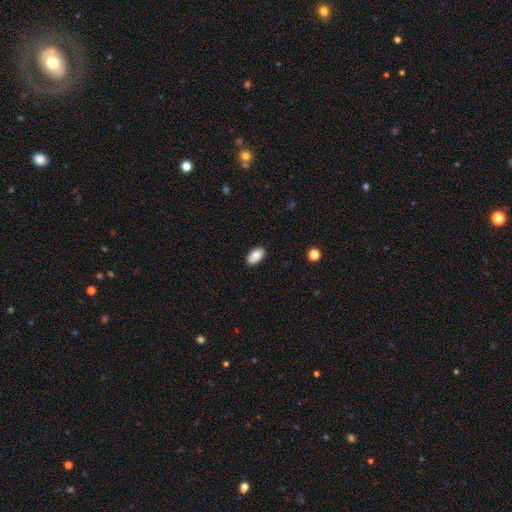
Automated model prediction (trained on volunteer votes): Smooth or featured: smooth — 82% (featured or disk — 10%)
How rounded: in between — 94% (round — 3%)
Merging: none — 86% (minor disturbance — 10%)